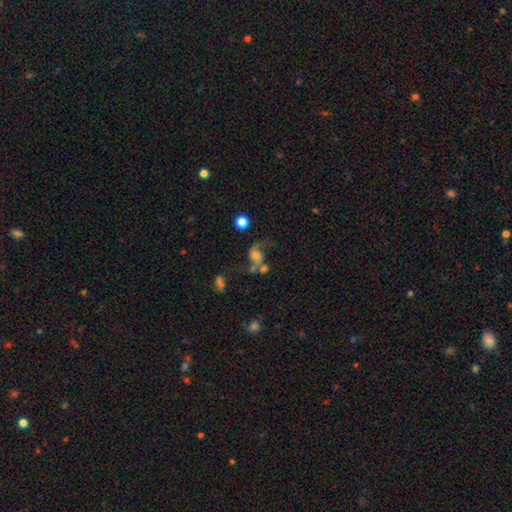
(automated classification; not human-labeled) Smooth or featured?
  - featured or disk: 65% *
  - smooth: 23%
  - star or artifact: 11%
Edge-on disk?
  - no: 97% *
  - yes: 3%
Bar?
  - no: 71% *
  - weak: 23%
  - strong: 6%
Spiral arms?
  - yes: 90% *
  - no: 10%
Spiral winding?
  - loose: 79% *
  - medium: 18%
  - tight: 4%
Spiral arm count?
  - 2: 83% *
  - 1: 12%
  - can't tell: 2%
  - 3: 1%
  - 4: 1%
  - more than 4: 1%
Bulge size?
  - moderate: 49% *
  - large: 21%
  - small: 19%
  - none: 6%
  - dominant: 4%
Merging?
  - none: 40% *
  - merger: 25%
  - major disturbance: 19%
  - minor disturbance: 16%